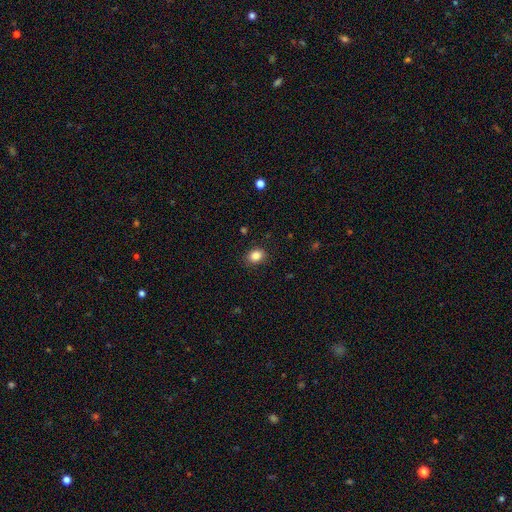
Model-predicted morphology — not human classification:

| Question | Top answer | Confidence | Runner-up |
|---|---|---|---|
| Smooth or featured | smooth | 85% | star or artifact (10%) |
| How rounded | in between | 55% | round (44%) |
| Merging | none | 86% | minor disturbance (10%) |